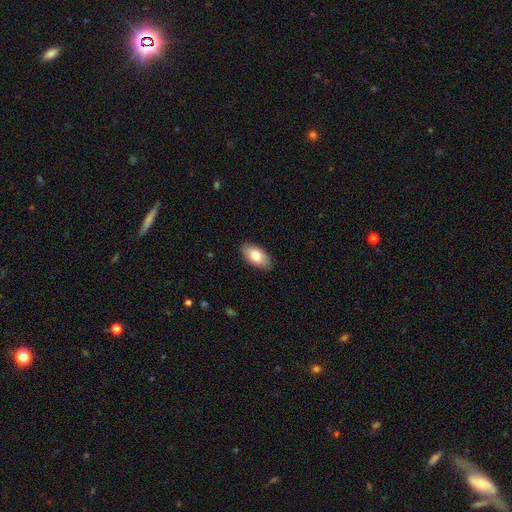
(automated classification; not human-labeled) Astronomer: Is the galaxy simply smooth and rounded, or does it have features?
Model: smooth — 77%.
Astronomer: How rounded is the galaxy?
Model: in between — 93%.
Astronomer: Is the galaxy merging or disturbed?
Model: none — 87%.